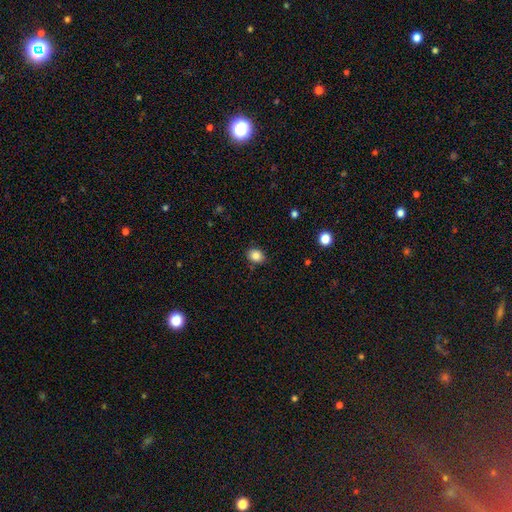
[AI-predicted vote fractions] smooth_or_featured: smooth (p=0.86) [alt: star or artifact p=0.10]
how_rounded: round (p=0.55) [alt: in between p=0.45]
merging: none (p=0.85) [alt: minor disturbance p=0.11]